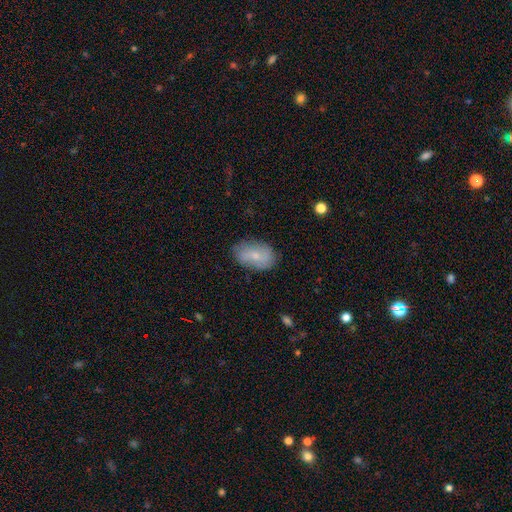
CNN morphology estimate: smooth 62%, featured or disk 30%, star or artifact 7%. Down the decision tree: how rounded — in between (89%); merging — none (78%).